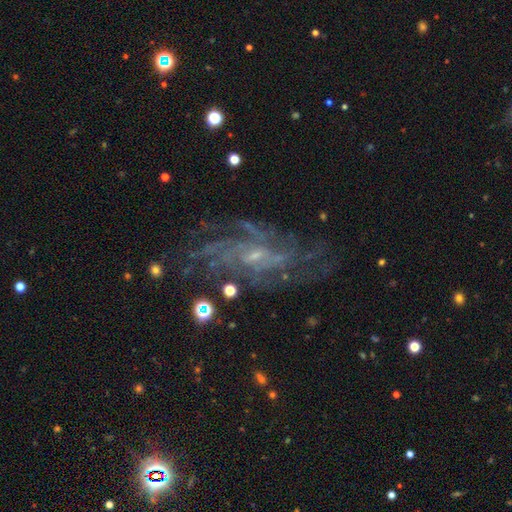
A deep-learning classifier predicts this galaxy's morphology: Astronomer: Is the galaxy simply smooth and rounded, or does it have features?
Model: featured or disk — 86%.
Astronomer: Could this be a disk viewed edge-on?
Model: no — 95%.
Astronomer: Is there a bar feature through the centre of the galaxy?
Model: no — 47% (runner-up: weak, 42%).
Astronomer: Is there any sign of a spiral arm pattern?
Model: yes — 96%.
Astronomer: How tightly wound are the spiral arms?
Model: tight — 49% (runner-up: medium, 40%).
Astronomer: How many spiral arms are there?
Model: can't tell — 29% (runner-up: 4, 26%).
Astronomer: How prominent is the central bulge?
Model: small — 75%.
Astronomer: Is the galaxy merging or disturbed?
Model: none — 71%.